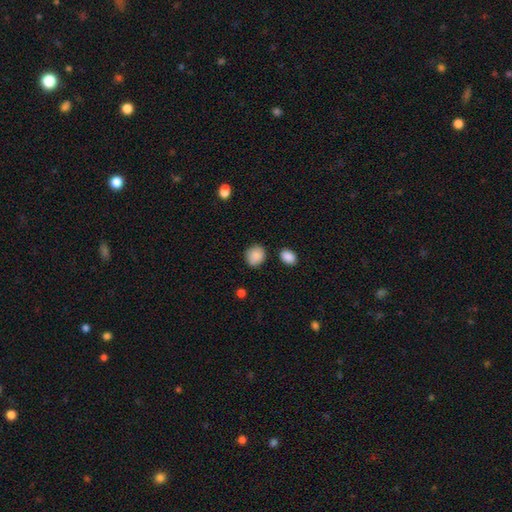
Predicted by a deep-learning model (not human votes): Q: Smooth or featured?
A: smooth (88%); runner-up: star or artifact (8%)
Q: How rounded?
A: round (74%); runner-up: in between (25%)
Q: Merging?
A: none (80%); runner-up: minor disturbance (14%)